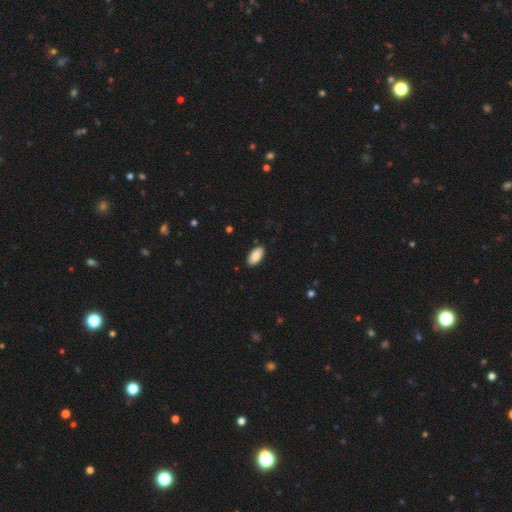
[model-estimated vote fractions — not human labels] The model was most divided on "merging": none: 88%, minor disturbance: 9%, major disturbance: 2%, merger: 1%. More confident: how rounded — in between (95%); smooth or featured — smooth (88%).